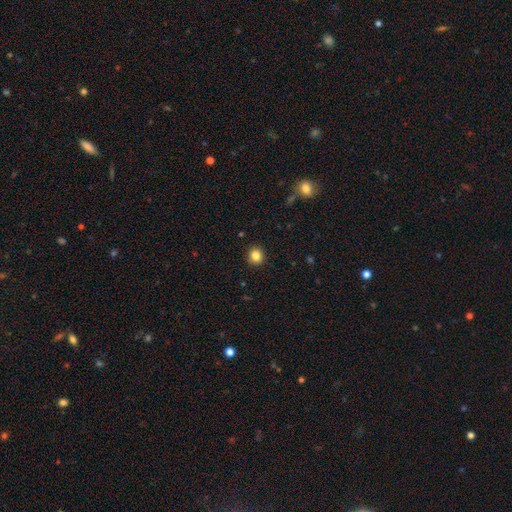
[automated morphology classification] smooth 84%, star or artifact 11%, featured or disk 5%. Down the decision tree: how rounded — round (90%); merging — none (92%).